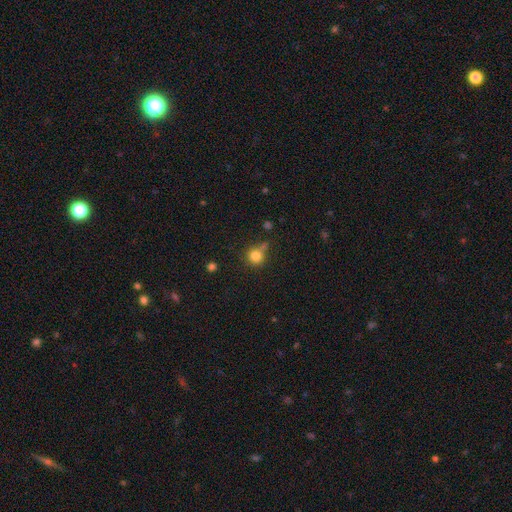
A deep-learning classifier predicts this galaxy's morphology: This appears to be a smooth galaxy with no disk features (80%) that is round (89%). Merging: none (59%).